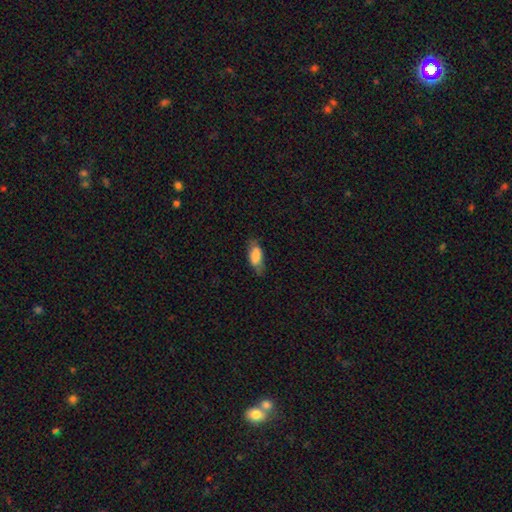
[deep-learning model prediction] smooth-or-featured: smooth: 77% | featured or disk: 16% | star or artifact: 7%
  how-rounded: in between: 80% | cigar-shaped: 17% | round: 3%
  merging: none: 66% | minor disturbance: 25% | major disturbance: 8% | merger: 1%